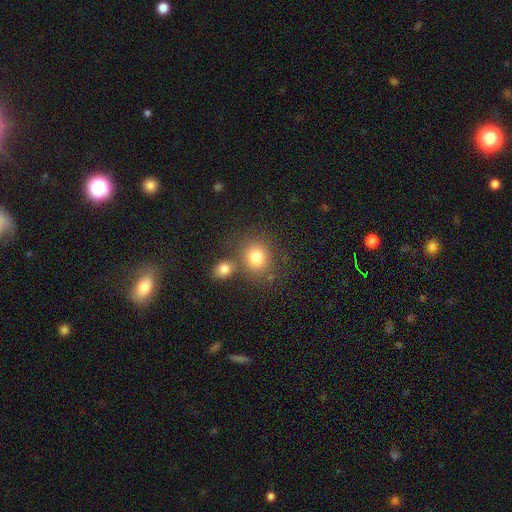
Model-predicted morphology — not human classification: Smooth or featured? smooth (79%)
How rounded? round (73%)
Merging? none (64%)